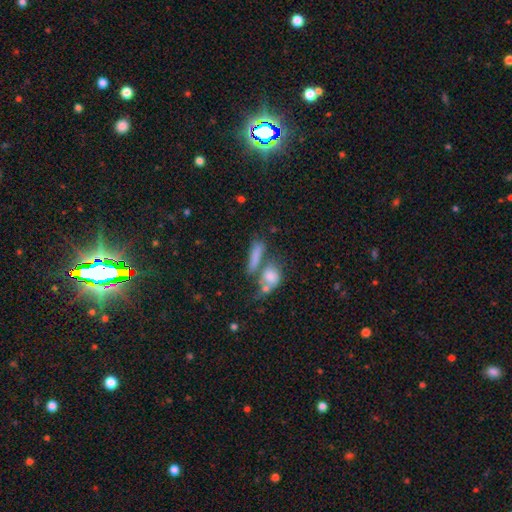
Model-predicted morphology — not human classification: This is likely a smooth galaxy (73%). How rounded: possibly cigar-shaped (54%). Merging: marginally none (40%).